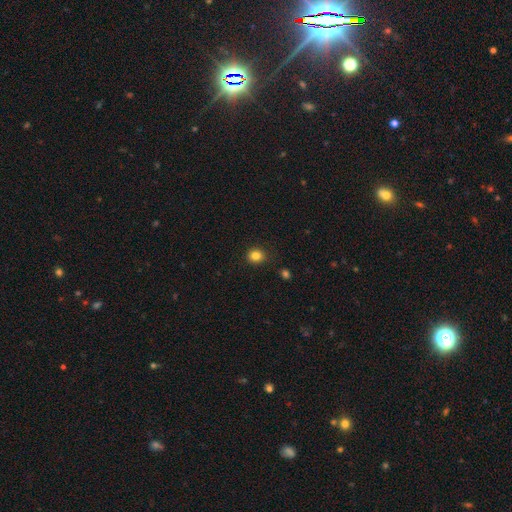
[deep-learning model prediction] Smooth or featured? smooth (83%)
How rounded? round (80%)
Merging? none (88%)